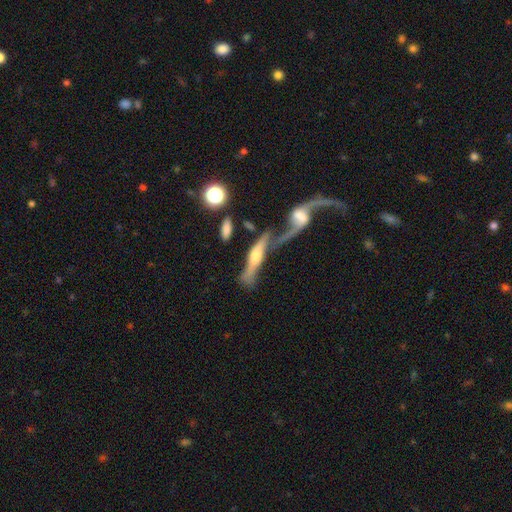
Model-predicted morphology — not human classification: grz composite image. It shows a featured or disk galaxy (69%) viewed edge-on (74%) with a rounded central bulge (85%). Merging: merger (52%).